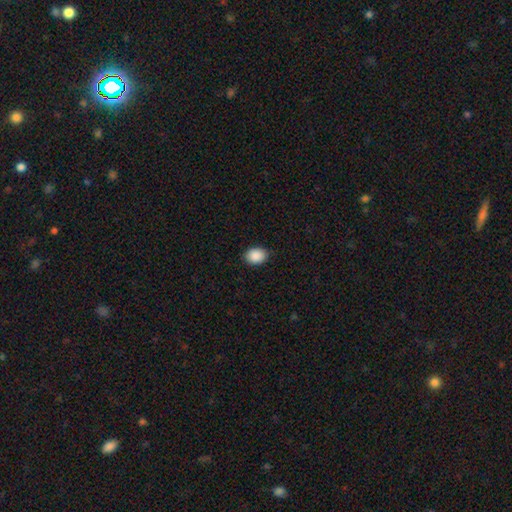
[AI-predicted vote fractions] Smooth or featured? smooth (90%)
How rounded? in between (69%)
Merging? none (87%)